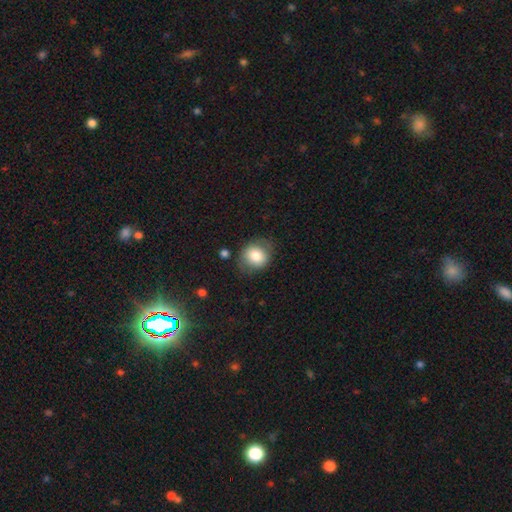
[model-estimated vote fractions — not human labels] A smooth galaxy with no disk features (77%) that is round (68%).

Vote fractions:
- Smooth or featured? smooth: 77% / featured or disk: 15% / star or artifact: 9%
- How rounded? round: 68% / in between: 31% / cigar-shaped: 1%
- Merging? none: 71% / minor disturbance: 20% / major disturbance: 7% / merger: 2%